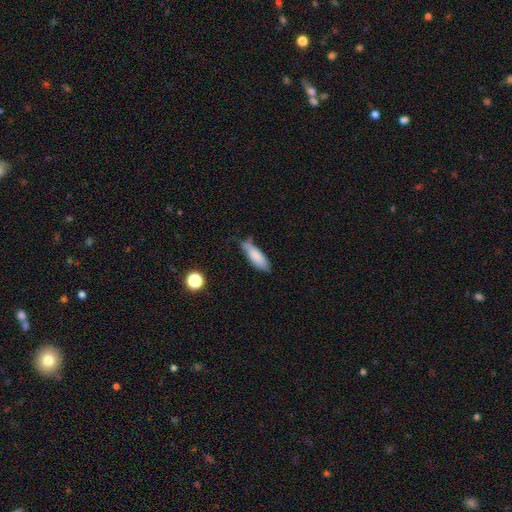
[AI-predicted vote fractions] This appears to be a smooth galaxy with no disk features (81%) that is in between round and cigar-shaped (56%). Merging: none (57%).